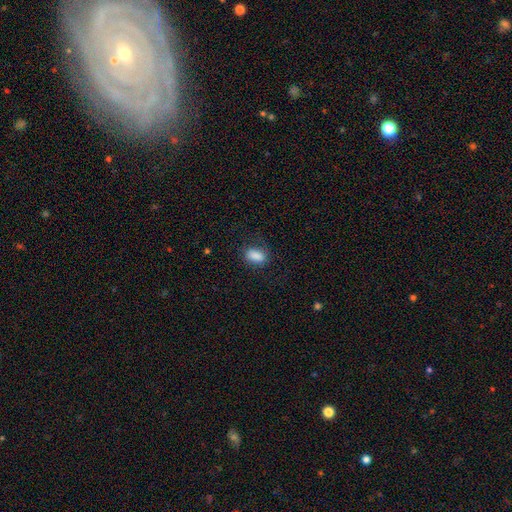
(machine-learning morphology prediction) Smooth or featured? Predicted: smooth (p=0.86). How rounded? Predicted: in between (p=0.86). Merging? Predicted: none (p=0.75).